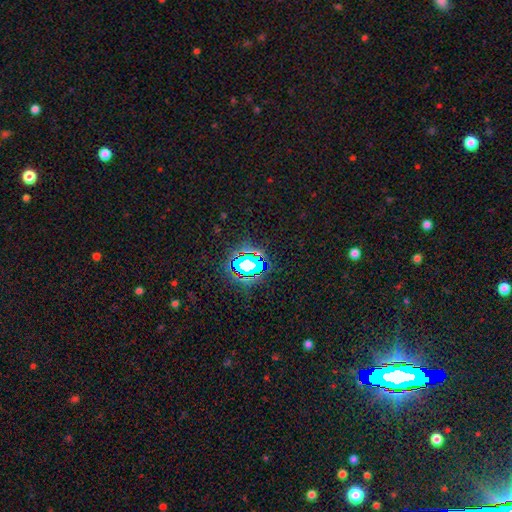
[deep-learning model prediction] Morphology: type=star or artifact (71%).